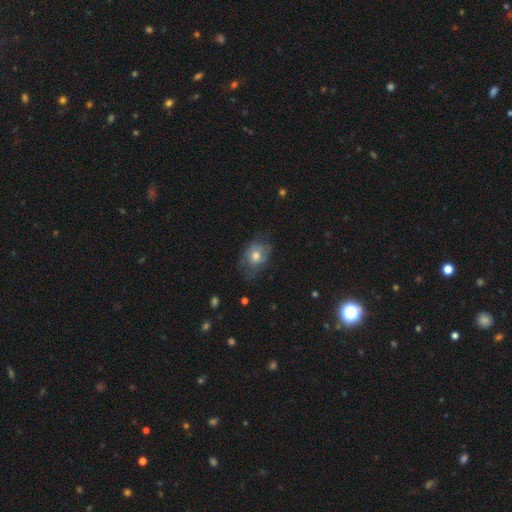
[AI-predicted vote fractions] This is possibly a smooth galaxy (60%). How rounded: likely in between (64%). Merging: possibly none (54%).